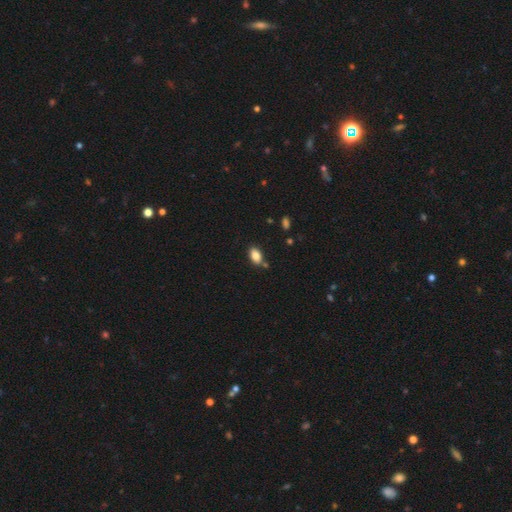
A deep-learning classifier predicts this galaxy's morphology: smooth-or-featured: smooth: 84% | star or artifact: 9% | featured or disk: 7%
  how-rounded: in between: 90% | round: 7% | cigar-shaped: 2%
  merging: none: 76% | minor disturbance: 13% | merger: 8% | major disturbance: 3%